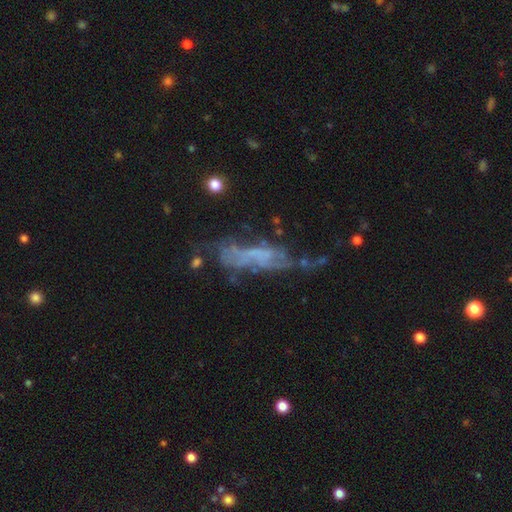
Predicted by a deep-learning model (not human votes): Smooth or featured? Predicted: featured or disk (p=0.58). Edge-on disk? Predicted: no (p=0.76). Merging? Predicted: none (p=0.34, tied with major disturbance).